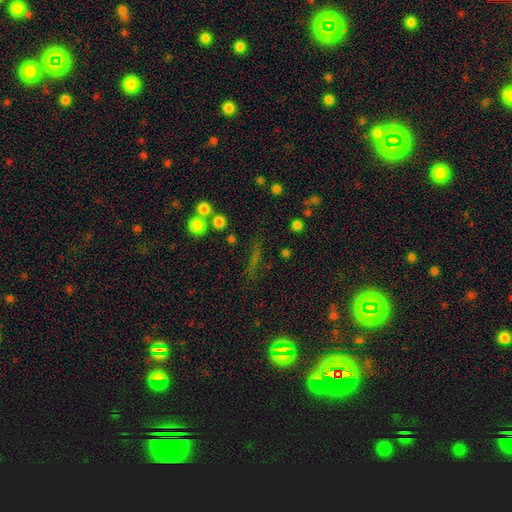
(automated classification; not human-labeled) The model was most divided on "smooth or featured": star or artifact: 46%, smooth: 34%, featured or disk: 20%.